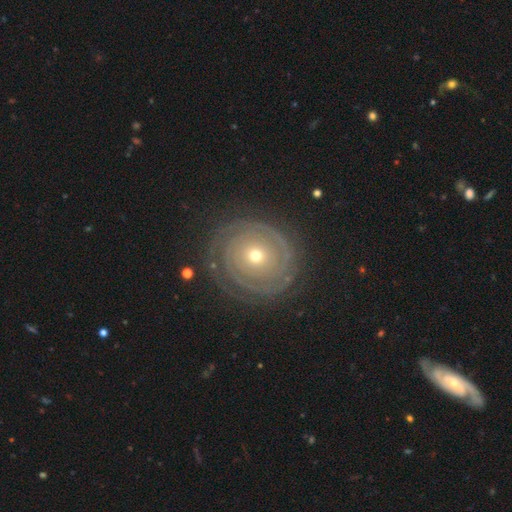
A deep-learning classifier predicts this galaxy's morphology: smooth_or_featured: featured or disk (p=0.83) [alt: smooth p=0.11]
disk_edge_on: no (p=0.97) [alt: yes p=0.03]
bar: no (p=0.85) [alt: weak p=0.11]
has_spiral_arms: yes (p=0.92) [alt: no p=0.08]
spiral_winding: tight (p=0.86) [alt: medium p=0.11]
spiral_arm_count: 2 (p=0.31) [alt: can't tell p=0.30]
bulge_size: small (p=0.60) [alt: moderate p=0.36]
merging: none (p=0.79) [alt: minor disturbance p=0.13]